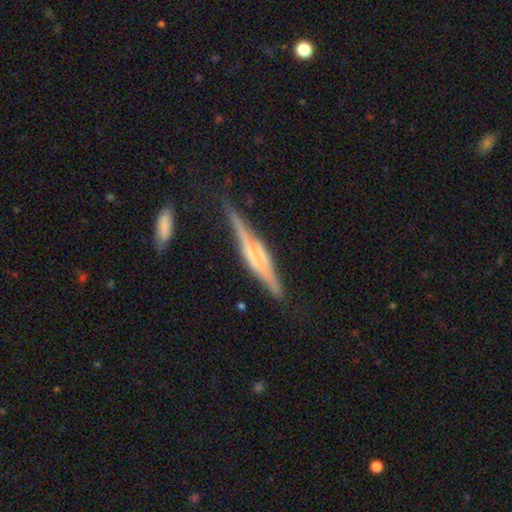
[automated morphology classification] Smooth or featured?
  - featured or disk: 76% *
  - smooth: 17%
  - star or artifact: 7%
Edge-on disk?
  - yes: 95% *
  - no: 5%
Edge-on bulge?
  - boxy: 43% *
  - rounded: 40%
  - none: 17%
Merging?
  - none: 71% *
  - minor disturbance: 19%
  - major disturbance: 6%
  - merger: 4%